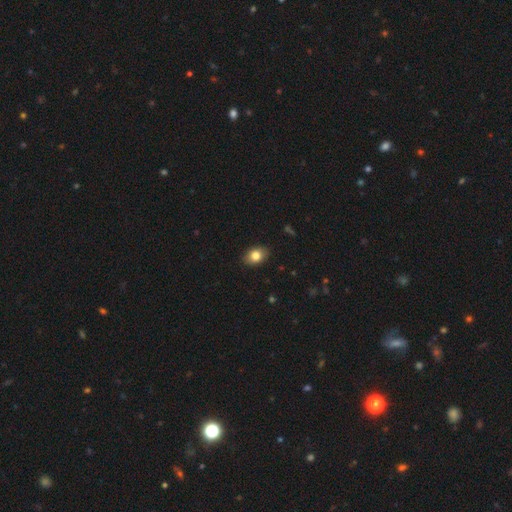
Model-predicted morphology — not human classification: Smooth or featured?
  - smooth: 81% *
  - featured or disk: 10%
  - star or artifact: 9%
How rounded?
  - in between: 73% *
  - round: 25%
  - cigar-shaped: 1%
Merging?
  - none: 88% *
  - minor disturbance: 10%
  - major disturbance: 2%
  - merger: 1%